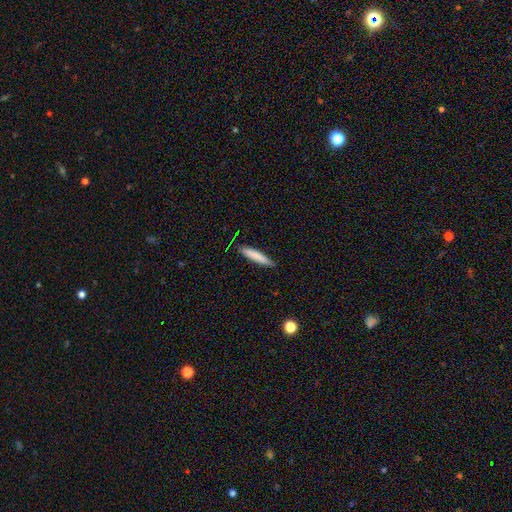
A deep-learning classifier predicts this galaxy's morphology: This appears to be a smooth galaxy with no disk features (80%) that is cigar-shaped (91%). Merging: none (86%).